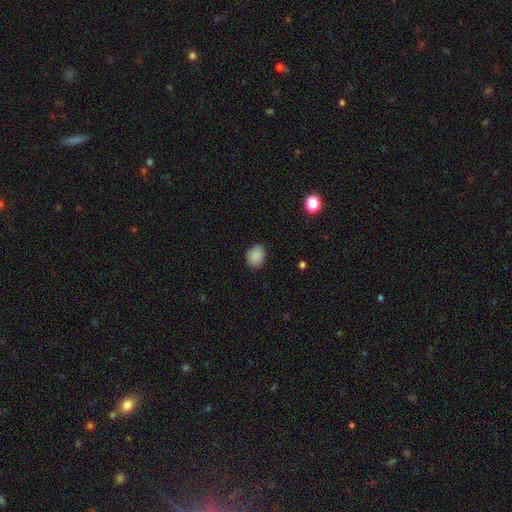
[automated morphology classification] type=smooth (87%); roundness=round (52%); merging=none (83%).